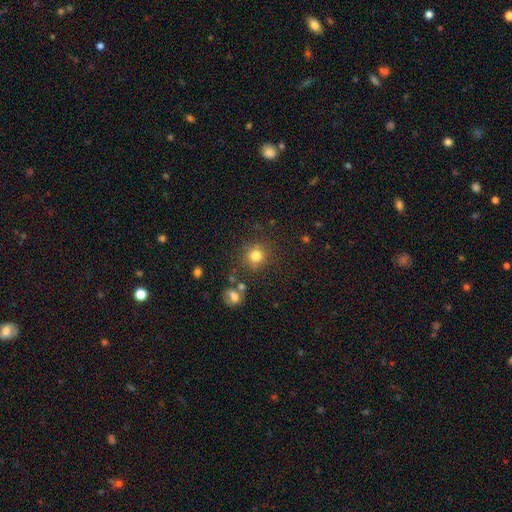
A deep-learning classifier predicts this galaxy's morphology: smooth_or_featured: smooth (p=0.78) [alt: star or artifact p=0.15]
how_rounded: round (p=0.90) [alt: in between p=0.09]
merging: none (p=0.79) [alt: minor disturbance p=0.11]